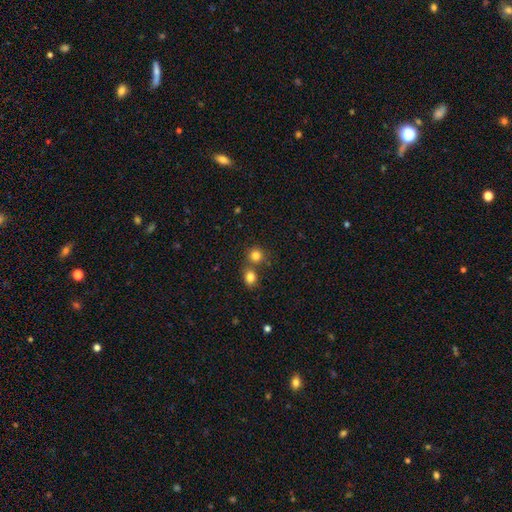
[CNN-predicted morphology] smooth 81%, star or artifact 13%, featured or disk 6%. Down the decision tree: how rounded — round (86%); merging — none (62%).